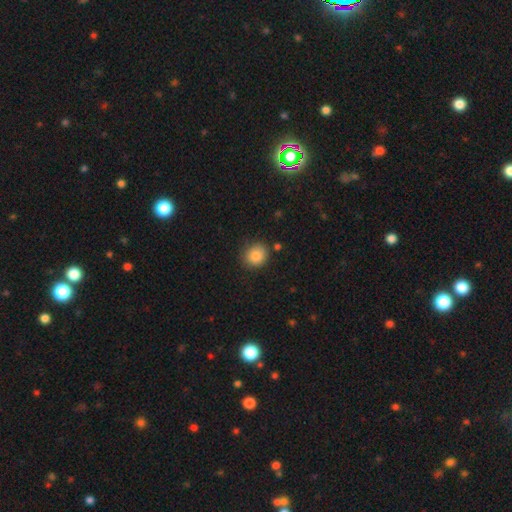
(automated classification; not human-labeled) Smooth or featured?
  - smooth: 84% *
  - star or artifact: 9%
  - featured or disk: 7%
How rounded?
  - round: 79% *
  - in between: 20%
  - cigar-shaped: 1%
Merging?
  - none: 79% *
  - minor disturbance: 15%
  - major disturbance: 3%
  - merger: 3%